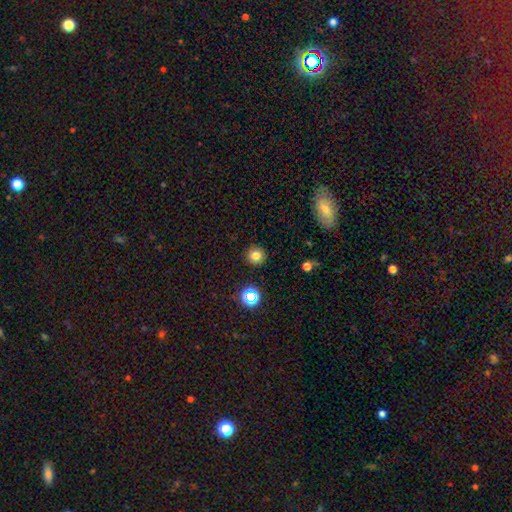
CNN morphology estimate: The model was most divided on "smooth or featured": smooth: 77%, star or artifact: 16%, featured or disk: 7%. More confident: how rounded — round (94%); merging — none (91%).